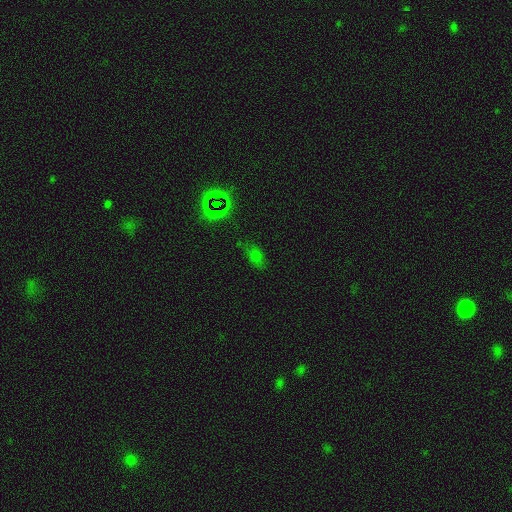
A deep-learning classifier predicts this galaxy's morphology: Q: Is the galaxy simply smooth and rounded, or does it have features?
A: smooth — 53%.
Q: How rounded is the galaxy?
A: in between — 75%.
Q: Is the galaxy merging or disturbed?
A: none — 71%.